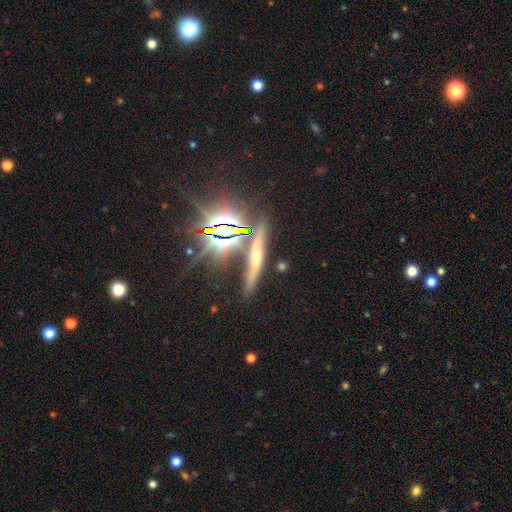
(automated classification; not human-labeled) smooth_or_featured: featured or disk (p=0.37) [alt: star or artifact p=0.33]
merging: none (p=0.76) [alt: minor disturbance p=0.13]